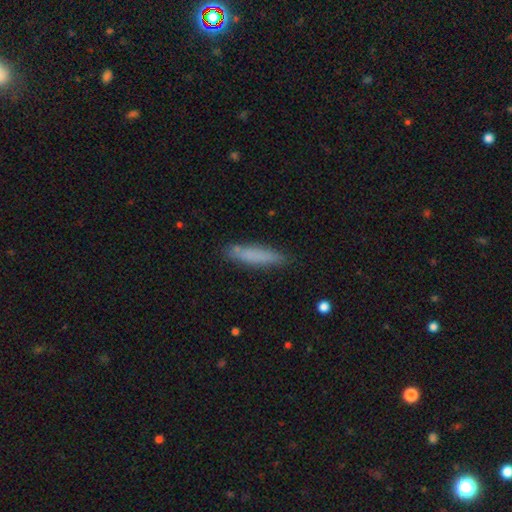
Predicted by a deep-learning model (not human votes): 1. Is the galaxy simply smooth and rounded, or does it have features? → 78% smooth, 15% featured or disk, 7% star or artifact.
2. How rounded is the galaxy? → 84% cigar-shaped, 14% in between, 1% round.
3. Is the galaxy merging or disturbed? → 82% none, 13% minor disturbance, 3% major disturbance, 2% merger.